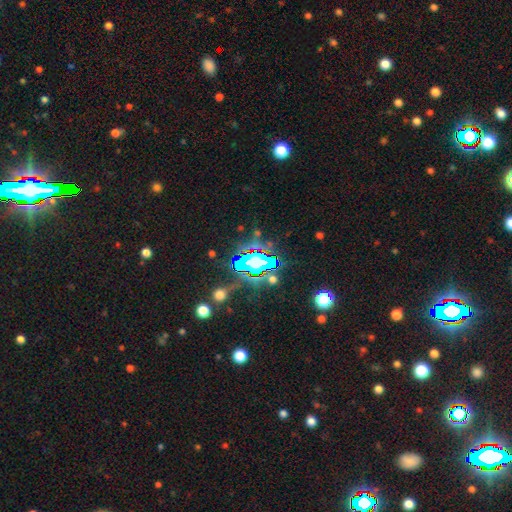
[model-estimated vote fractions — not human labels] star or artifact 77%, smooth 14%, featured or disk 10%.